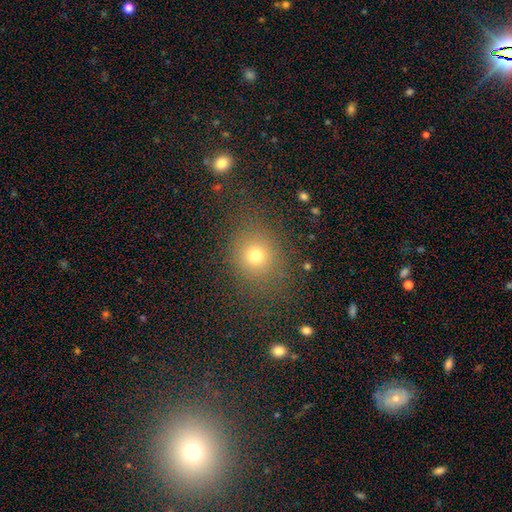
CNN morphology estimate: smooth 73%, star or artifact 17%, featured or disk 10%. Down the decision tree: how rounded — round (72%); merging — none (79%).